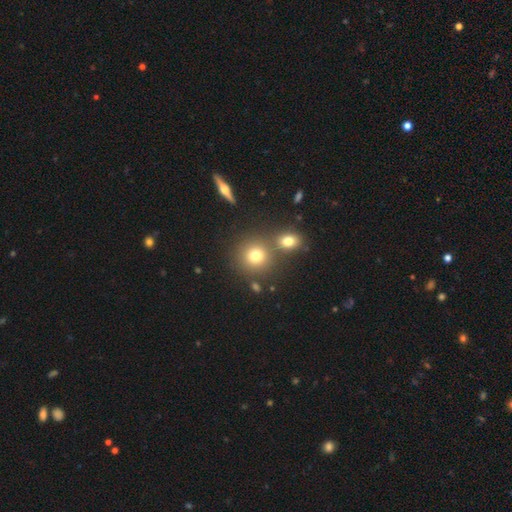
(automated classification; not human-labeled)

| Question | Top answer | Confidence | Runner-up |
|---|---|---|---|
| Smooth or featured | smooth | 75% | star or artifact (14%) |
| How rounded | round | 89% | in between (10%) |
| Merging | none | 70% | merger (18%) |